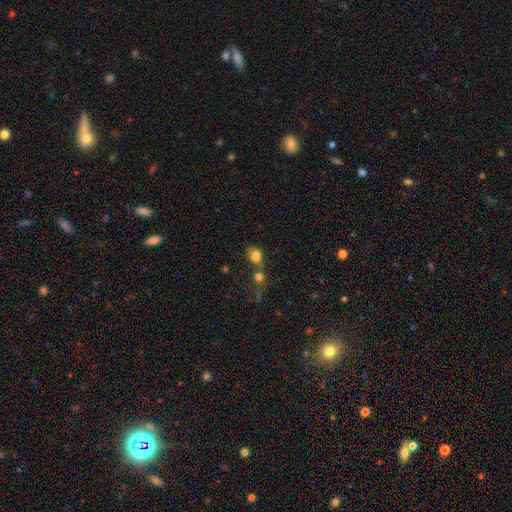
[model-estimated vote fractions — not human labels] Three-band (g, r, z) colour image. It shows a smooth galaxy with no disk features (76%) that is in between round and cigar-shaped (57%). Merging: merger (44%).